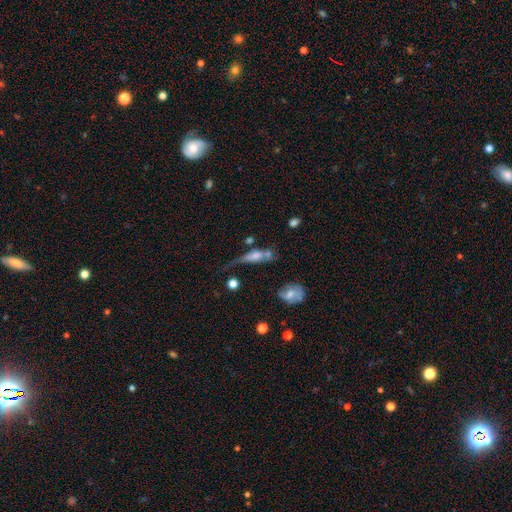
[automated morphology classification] Smooth or featured?
  - smooth: 46% *
  - featured or disk: 42%
  - star or artifact: 12%
Merging?
  - major disturbance: 31% *
  - none: 26%
  - minor disturbance: 22%
  - merger: 20%